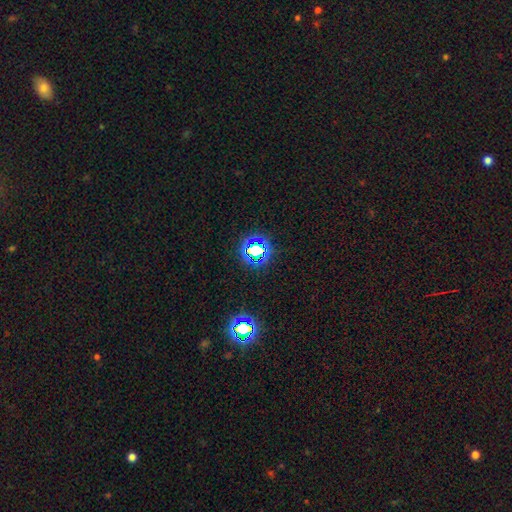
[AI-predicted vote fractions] Morphology: type=star or artifact (67%).